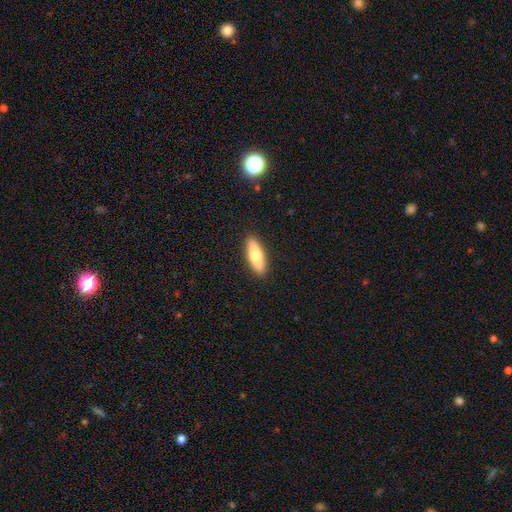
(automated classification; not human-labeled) Morphology: type=smooth (74%); roundness=in between (51%); merging=none (90%).